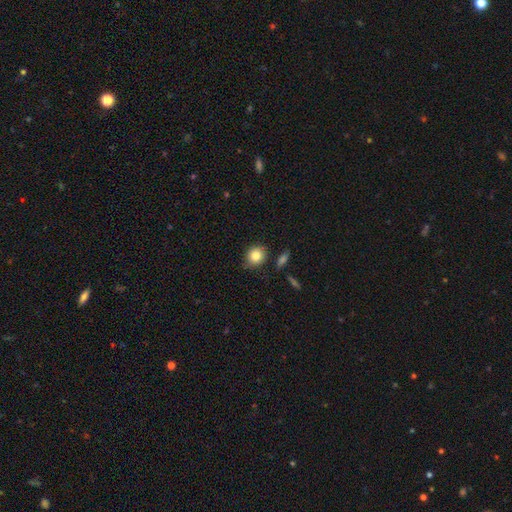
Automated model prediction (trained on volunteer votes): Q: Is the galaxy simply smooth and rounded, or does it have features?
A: smooth — 81%.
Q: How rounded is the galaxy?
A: round — 83%.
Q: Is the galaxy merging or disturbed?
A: none — 78%.